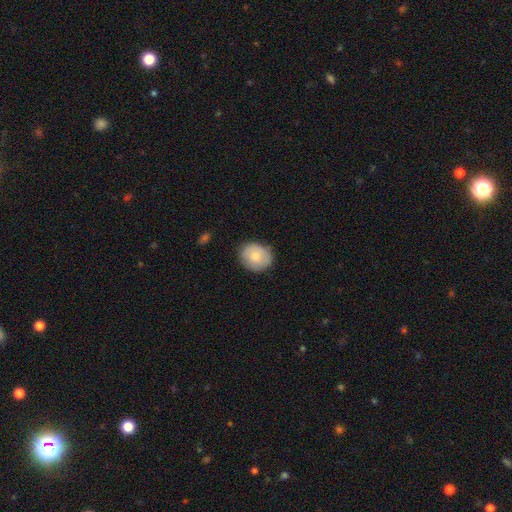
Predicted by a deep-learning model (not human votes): A smooth galaxy with no disk features (73%) that is round (69%).

Vote fractions:
- Smooth or featured? smooth: 73% / featured or disk: 20% / star or artifact: 6%
- How rounded? round: 69% / in between: 30% / cigar-shaped: 1%
- Merging? none: 81% / minor disturbance: 15% / major disturbance: 3% / merger: 1%